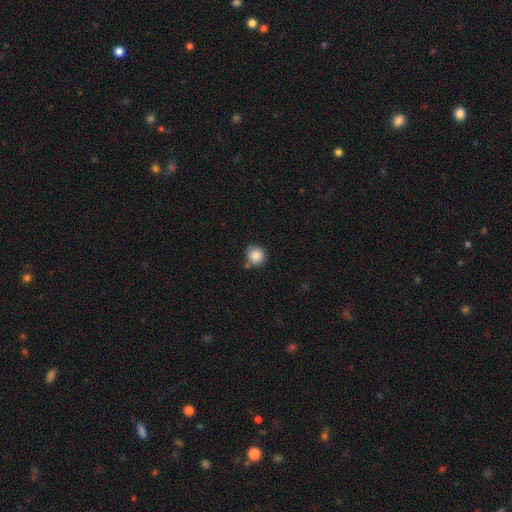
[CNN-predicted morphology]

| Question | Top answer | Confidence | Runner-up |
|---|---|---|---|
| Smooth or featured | smooth | 86% | star or artifact (9%) |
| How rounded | round | 93% | in between (6%) |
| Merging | none | 73% | minor disturbance (17%) |